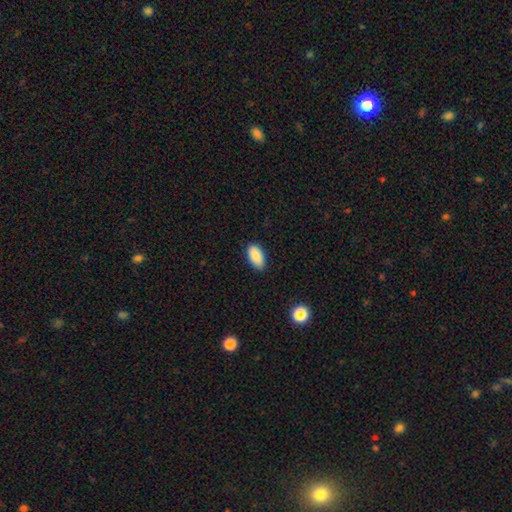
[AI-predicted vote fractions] Morphology: type=smooth (88%); roundness=in between (94%); merging=none (86%).